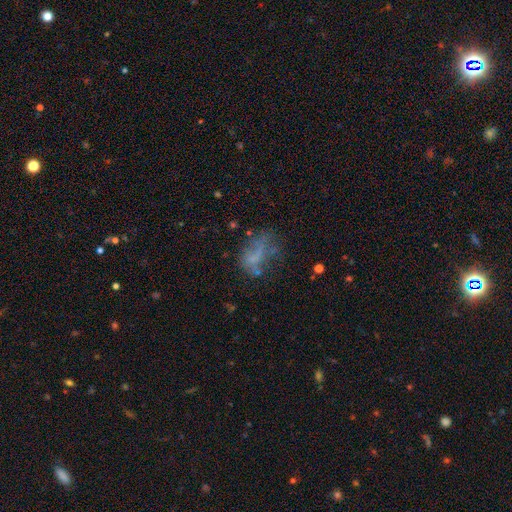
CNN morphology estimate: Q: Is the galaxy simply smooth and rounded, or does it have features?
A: smooth — 44%.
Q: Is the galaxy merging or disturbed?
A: none — 36%.